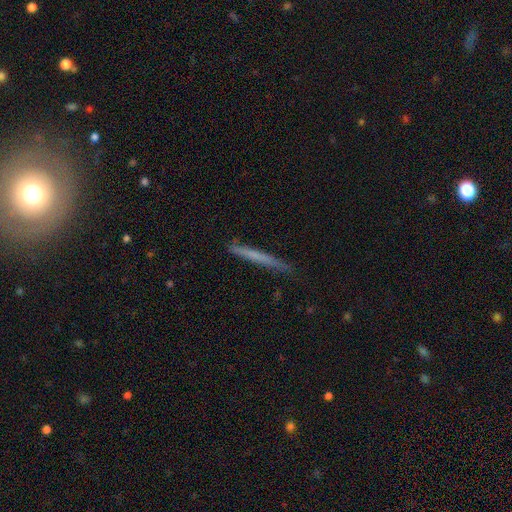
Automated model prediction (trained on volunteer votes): smooth 54%, featured or disk 40%, star or artifact 6%. Down the decision tree: how rounded — cigar-shaped (97%); merging — none (85%).